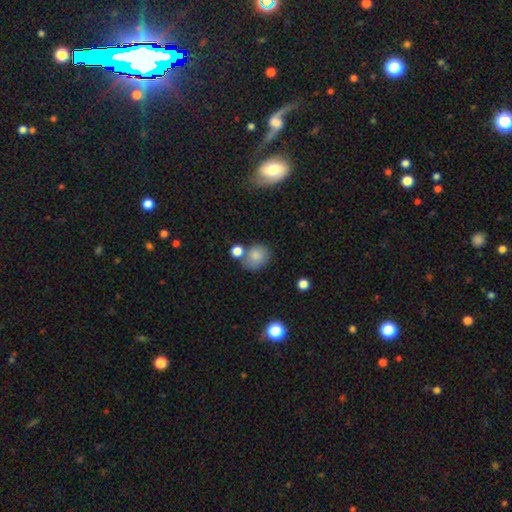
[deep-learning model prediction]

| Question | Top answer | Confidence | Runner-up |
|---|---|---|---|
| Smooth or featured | smooth | 81% | star or artifact (10%) |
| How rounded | round | 61% | in between (38%) |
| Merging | none | 51% | merger (23%) |